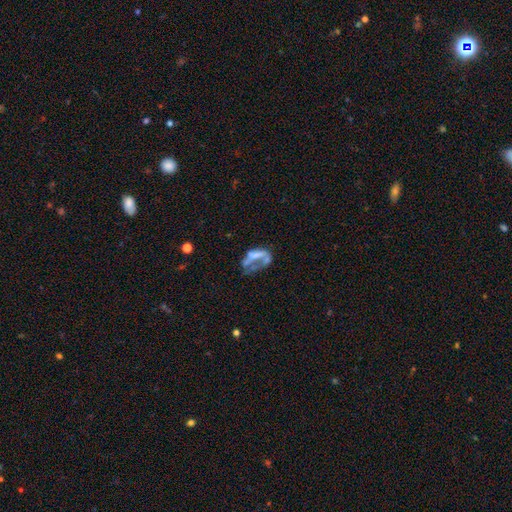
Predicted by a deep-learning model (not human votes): smooth-or-featured: featured or disk: 55% | smooth: 33% | star or artifact: 13%
  disk-edge-on: no: 96% | yes: 4%
    bar: no: 78% | weak: 13% | strong: 9%
    has-spiral-arms: no: 83% | yes: 17%
    bulge-size: none: 69% | moderate: 12% | small: 12% | large: 5% | dominant: 2%
  merging: major disturbance: 48% | none: 22% | merger: 15% | minor disturbance: 15%